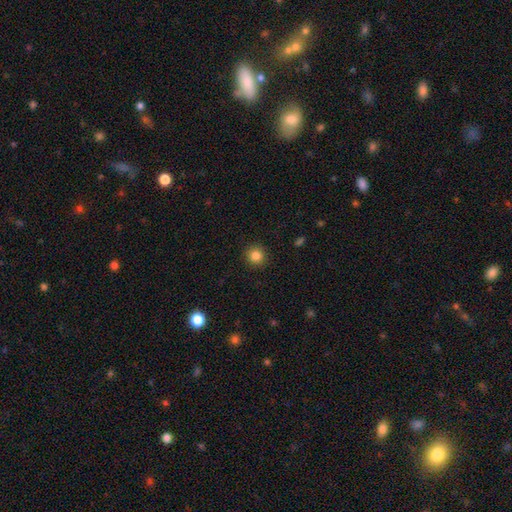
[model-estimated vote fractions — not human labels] Smooth or featured?
  - smooth: 85% *
  - star or artifact: 11%
  - featured or disk: 4%
How rounded?
  - round: 92% *
  - in between: 7%
  - cigar-shaped: 1%
Merging?
  - none: 91% *
  - minor disturbance: 6%
  - major disturbance: 2%
  - merger: 1%